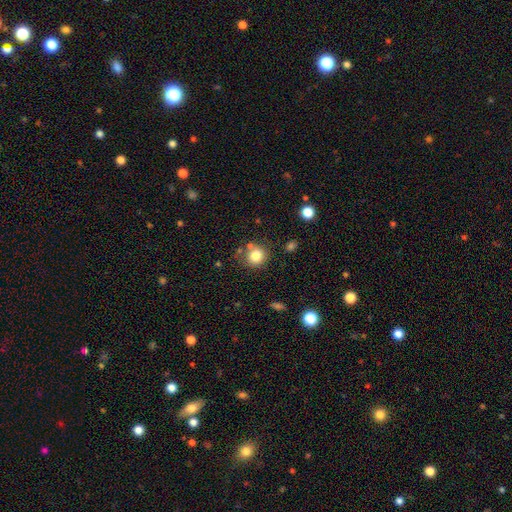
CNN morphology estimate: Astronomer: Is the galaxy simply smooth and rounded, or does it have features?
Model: smooth — 81%.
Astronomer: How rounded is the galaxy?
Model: round — 88%.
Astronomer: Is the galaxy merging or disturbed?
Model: none — 73%.